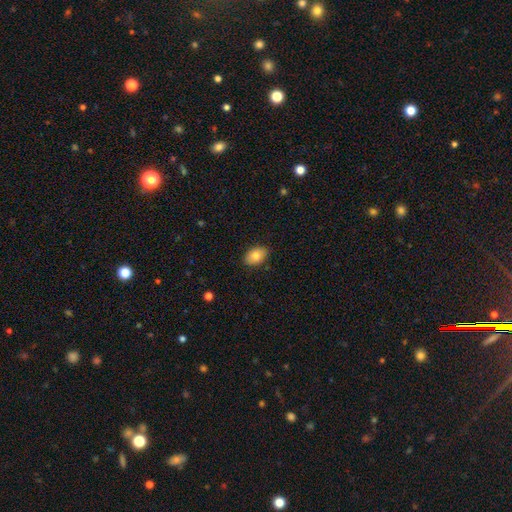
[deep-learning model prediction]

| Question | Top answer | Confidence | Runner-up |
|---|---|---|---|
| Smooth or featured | smooth | 80% | featured or disk (12%) |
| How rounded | in between | 85% | round (13%) |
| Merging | none | 85% | minor disturbance (12%) |